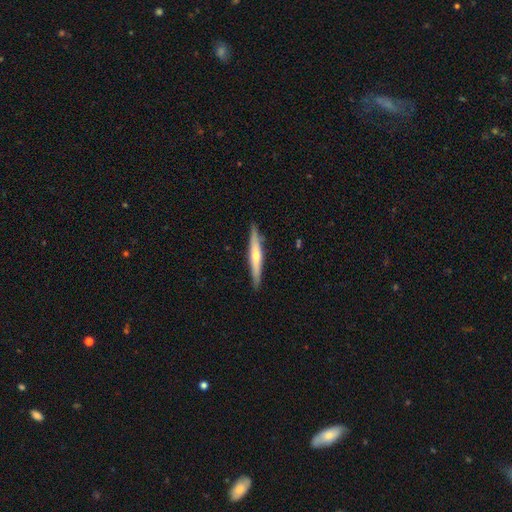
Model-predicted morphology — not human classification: Smooth or featured? featured or disk (58%)
Edge-on disk? yes (95%)
Edge-on bulge? rounded (75%)
Merging? none (89%)